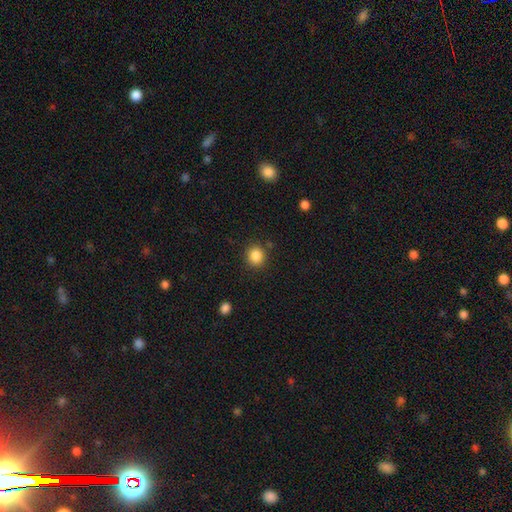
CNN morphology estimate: Overall: smooth (86%). How rounded: round (87%). Merging: none (87%).